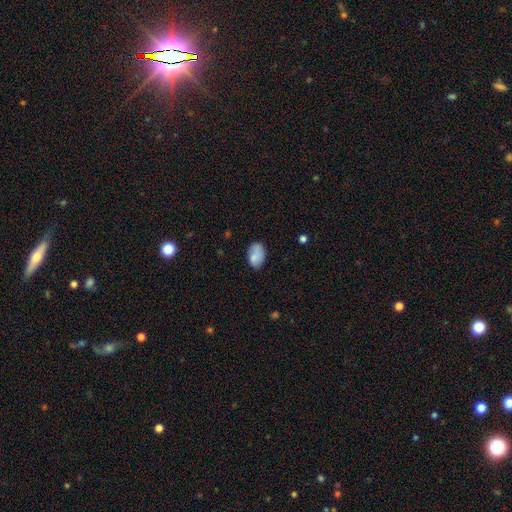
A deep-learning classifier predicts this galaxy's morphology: Overall: smooth (80%). How rounded: in between (88%). Merging: none (68%).